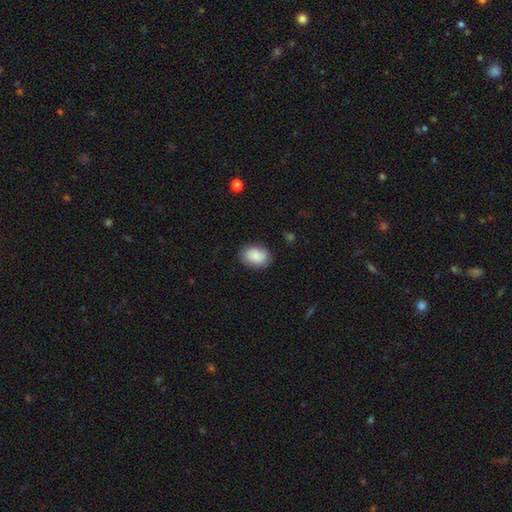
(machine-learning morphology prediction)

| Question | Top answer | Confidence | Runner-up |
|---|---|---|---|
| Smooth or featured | smooth | 83% | featured or disk (10%) |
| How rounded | in between | 76% | round (23%) |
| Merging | none | 78% | minor disturbance (17%) |